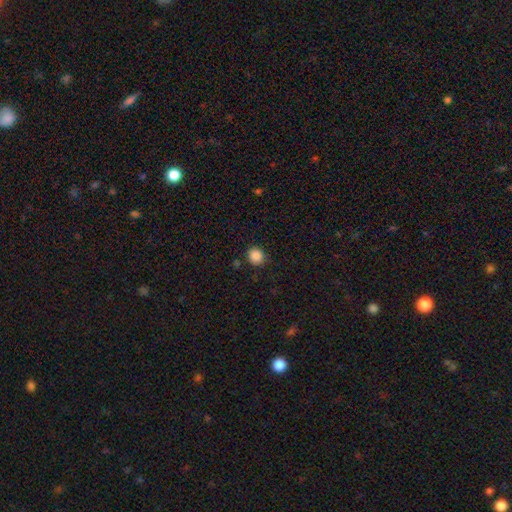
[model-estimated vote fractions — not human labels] smooth_or_featured: smooth (p=0.86) [alt: star or artifact p=0.10]
how_rounded: round (p=0.82) [alt: in between p=0.17]
merging: none (p=0.86) [alt: minor disturbance p=0.09]